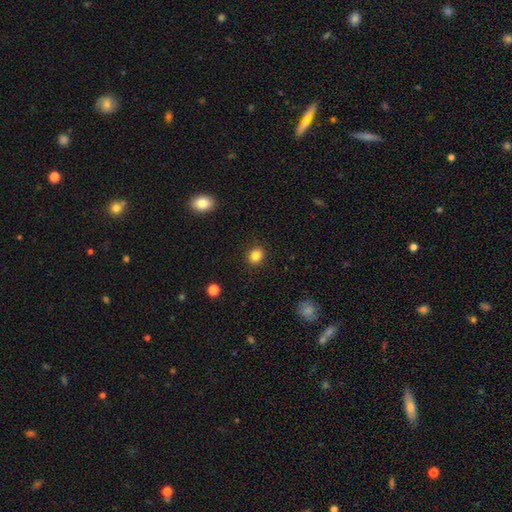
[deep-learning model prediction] Q: Smooth or featured?
A: smooth (86%); runner-up: star or artifact (10%)
Q: How rounded?
A: round (62%); runner-up: in between (37%)
Q: Merging?
A: none (90%); runner-up: minor disturbance (7%)